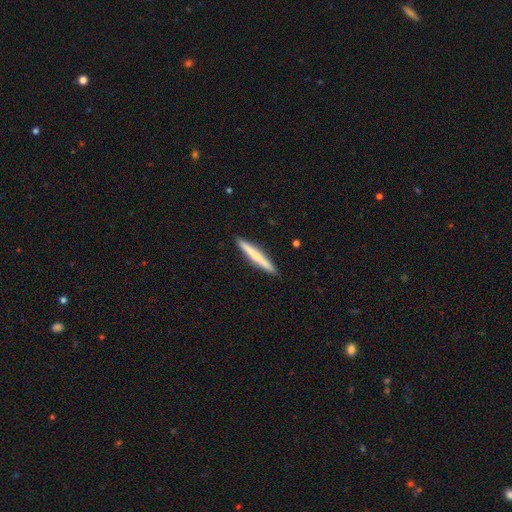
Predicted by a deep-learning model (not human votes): A smooth galaxy with no disk features (61%) that is cigar-shaped (96%). Merging: none (92%).